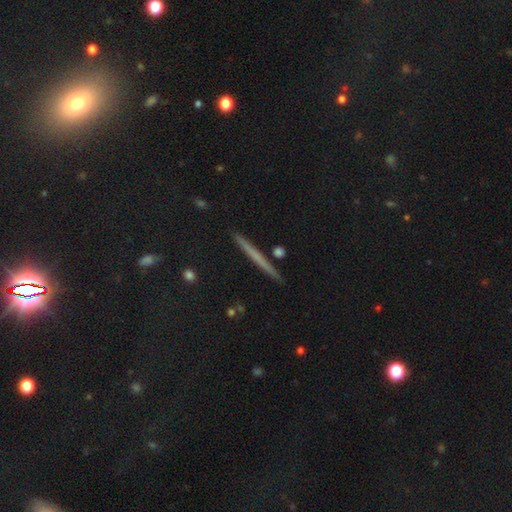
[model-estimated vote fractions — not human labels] Smooth or featured? Predicted: smooth (p=0.47). Merging? Predicted: none (p=0.91).